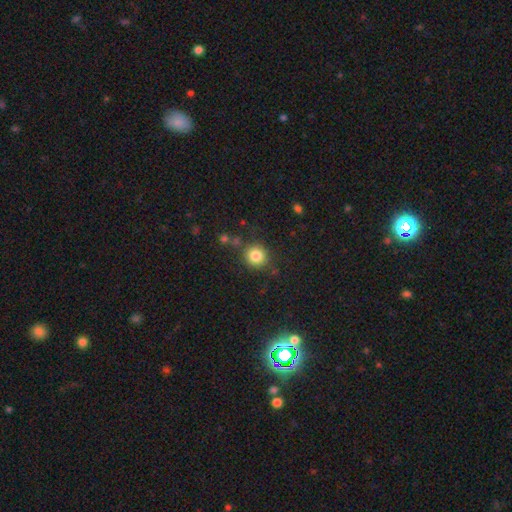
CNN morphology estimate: A smooth galaxy with no disk features (83%) that is round (90%). Merging: none (82%).